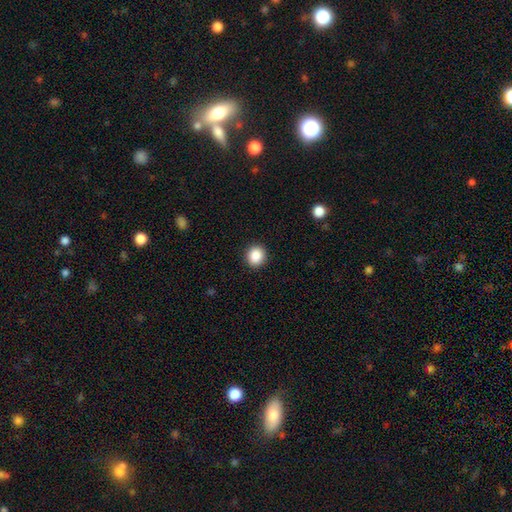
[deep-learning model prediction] smooth-or-featured: smooth: 88% | star or artifact: 9% | featured or disk: 3%
  how-rounded: round: 82% | in between: 17% | cigar-shaped: 1%
  merging: none: 91% | minor disturbance: 6% | major disturbance: 2% | merger: 1%